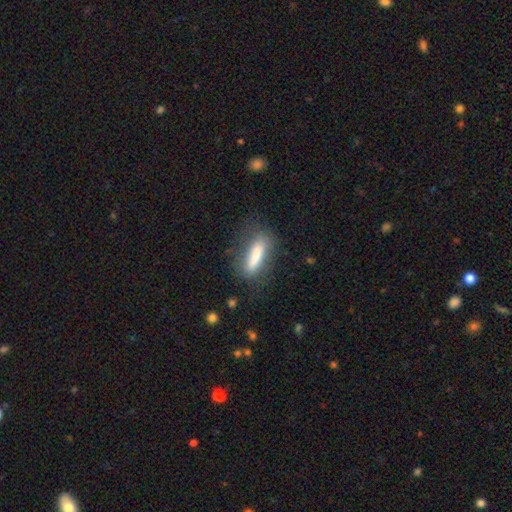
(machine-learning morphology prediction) smooth_or_featured: smooth (p=0.73) [alt: featured or disk p=0.20]
how_rounded: cigar-shaped (p=0.67) [alt: in between p=0.31]
merging: none (p=0.75) [alt: minor disturbance p=0.15]